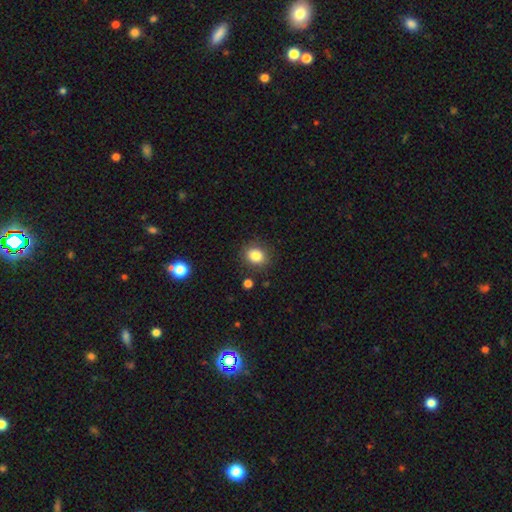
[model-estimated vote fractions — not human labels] A smooth galaxy with no disk features (84%) that is round (67%).

Vote fractions:
- Smooth or featured? smooth: 84% / star or artifact: 10% / featured or disk: 6%
- How rounded? round: 67% / in between: 32% / cigar-shaped: 1%
- Merging? none: 85% / minor disturbance: 9% / major disturbance: 3% / merger: 2%